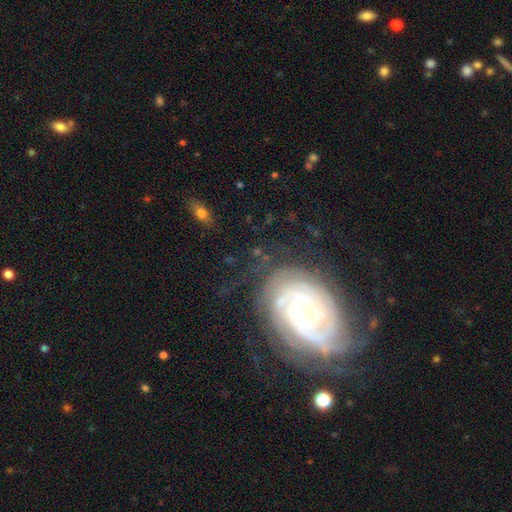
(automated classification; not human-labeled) The model was most divided on "bulge size": small: 52%, moderate: 42%, large: 3%, none: 1%, dominant: 1%. Remaining: edge-on disk — no (96%); spiral arms — yes (96%); smooth or featured — featured or disk (83%); spiral winding — tight (78%); merging — none (71%); bar — no (68%); spiral arm count — can't tell (35%).